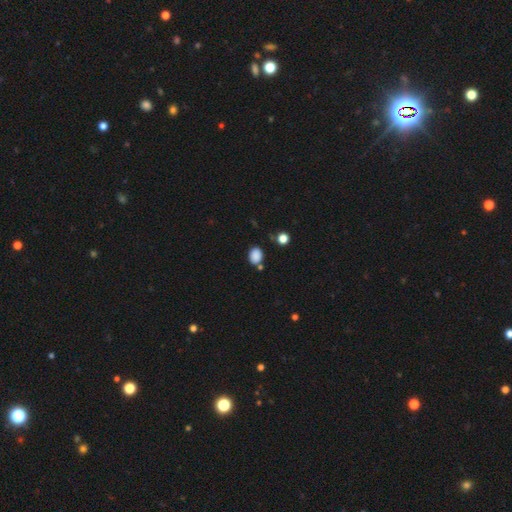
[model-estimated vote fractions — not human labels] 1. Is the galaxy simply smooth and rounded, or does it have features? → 85% smooth, 11% star or artifact, 4% featured or disk.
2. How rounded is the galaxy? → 57% in between, 42% round, 1% cigar-shaped.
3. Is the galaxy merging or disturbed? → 72% none, 15% minor disturbance, 9% merger, 4% major disturbance.